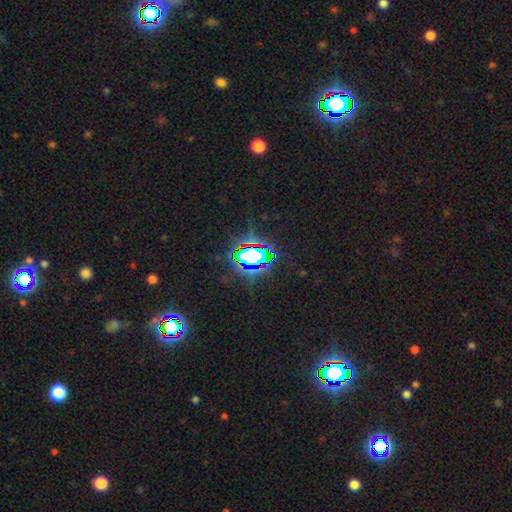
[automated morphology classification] type=star or artifact (78%).